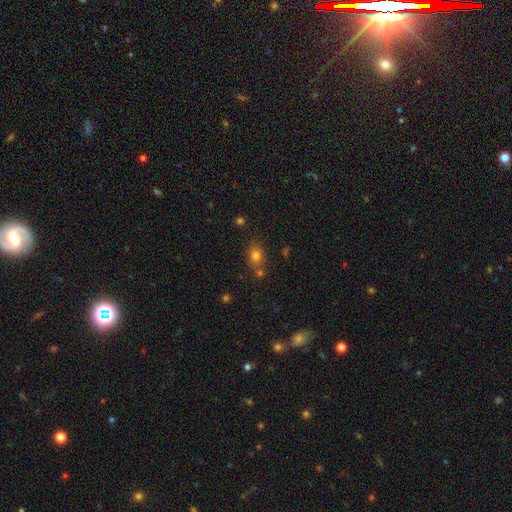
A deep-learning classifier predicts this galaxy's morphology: Smooth or featured: smooth — 77% (star or artifact — 14%)
How rounded: in between — 55% (round — 43%)
Merging: none — 69% (merger — 14%)